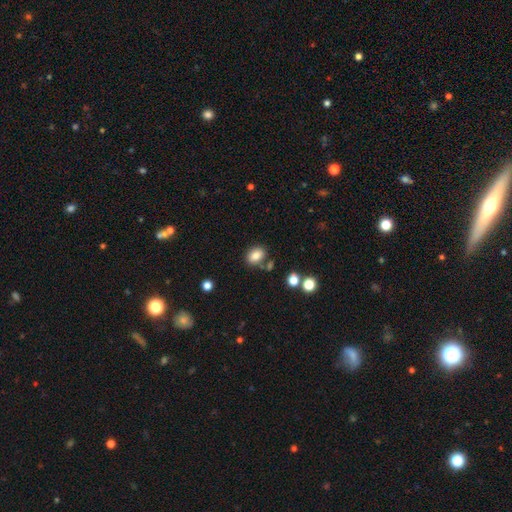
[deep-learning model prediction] Morphology: type=smooth (83%); roundness=in between (71%); merging=none (74%).